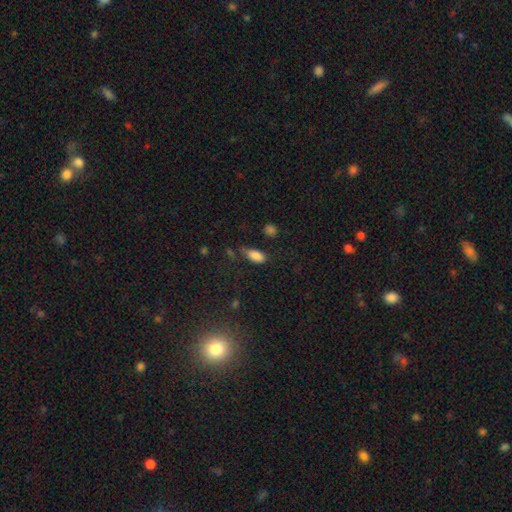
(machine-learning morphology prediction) This appears to be a smooth galaxy with no disk features (84%) that is in between round and cigar-shaped (89%). Merging: none (58%).